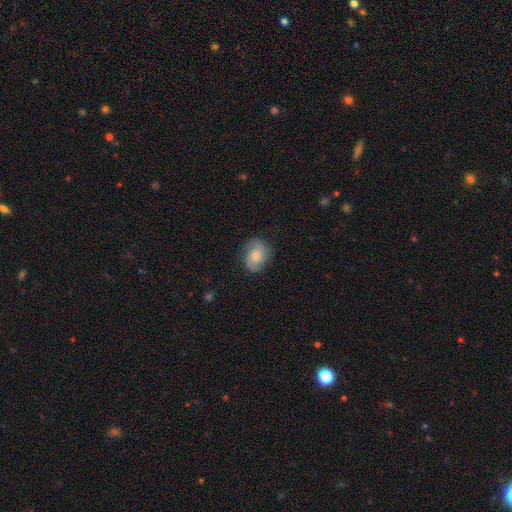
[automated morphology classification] Smooth or featured? featured or disk (62%)
Edge-on disk? no (97%)
Bar? no (65%)
Spiral arms? yes (93%)
Spiral winding? medium (47%)
Spiral arm count? 2 (78%)
Bulge size? moderate (48%)
Merging? none (76%)